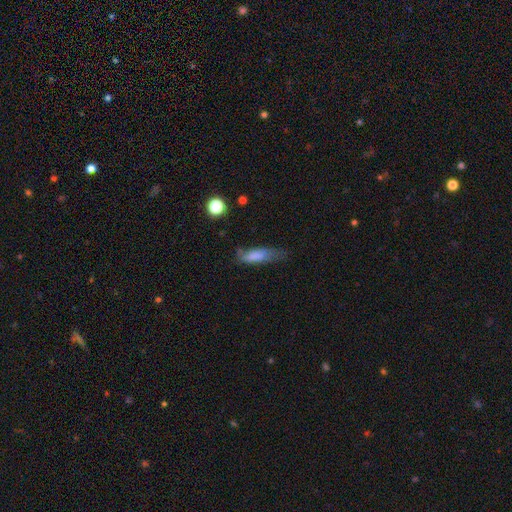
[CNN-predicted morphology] A smooth galaxy with no disk features (74%) that is in between round and cigar-shaped (50%). Merging: none (42%).